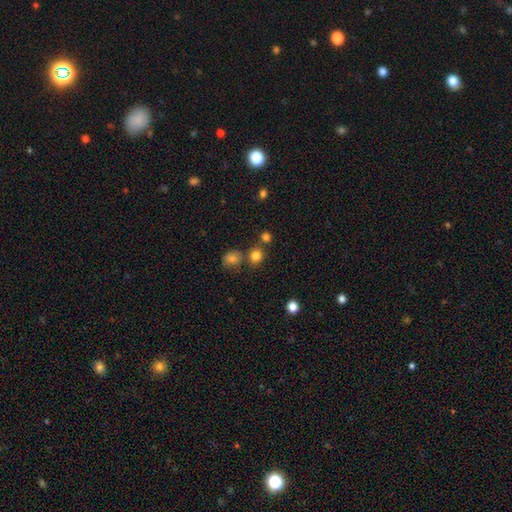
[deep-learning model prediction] The model was most divided on "merging": none: 67%, merger: 20%, minor disturbance: 9%, major disturbance: 4%. More confident: how rounded — round (83%); smooth or featured — smooth (80%).